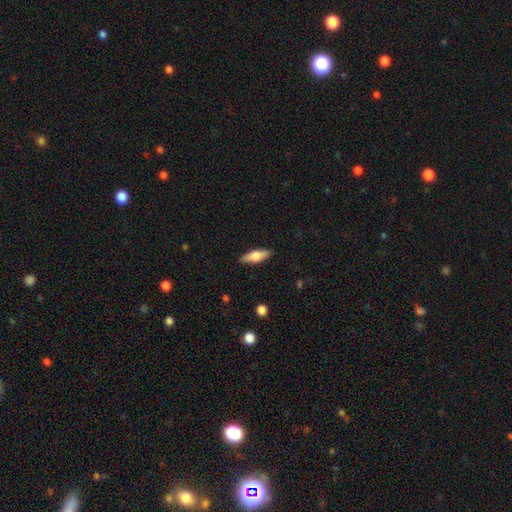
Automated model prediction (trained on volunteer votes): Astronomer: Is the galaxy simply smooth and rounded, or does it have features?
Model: smooth — 66%.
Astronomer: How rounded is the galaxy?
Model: in between — 53% (runner-up: cigar-shaped, 45%).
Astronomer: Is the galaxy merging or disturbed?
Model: none — 88%.